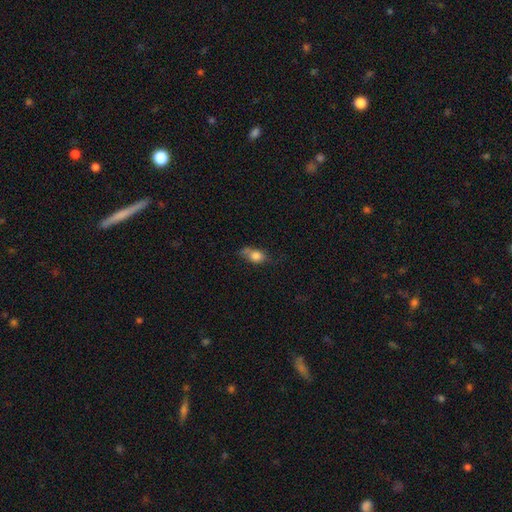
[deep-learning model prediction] Morphology: type=smooth (77%); roundness=in between (72%); merging=none (41%).